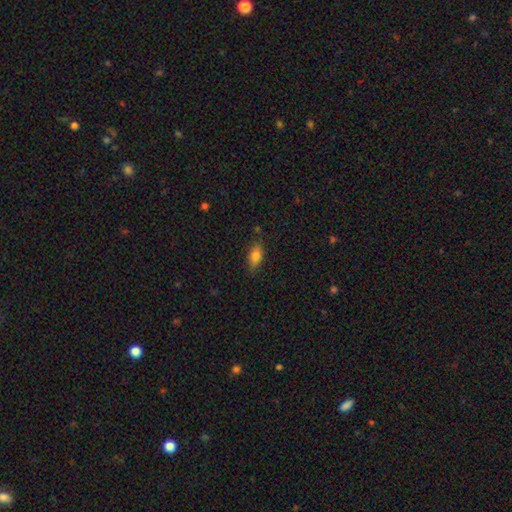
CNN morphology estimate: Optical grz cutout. It shows a smooth galaxy with no disk features (80%) that is in between round and cigar-shaped (86%). Merging: none (80%).